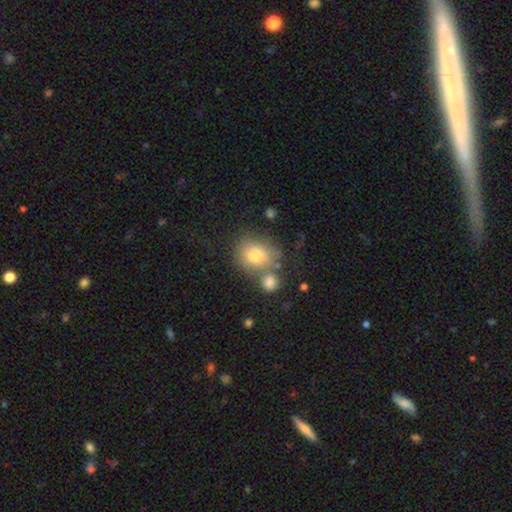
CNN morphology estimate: smooth-or-featured: smooth: 74% | featured or disk: 16% | star or artifact: 10%
  how-rounded: round: 64% | in between: 35% | cigar-shaped: 1%
  merging: none: 50% | merger: 25% | minor disturbance: 17% | major disturbance: 8%